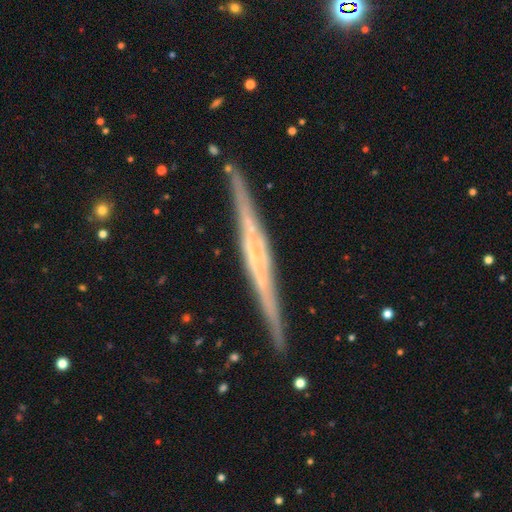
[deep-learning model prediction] Smooth or featured? Predicted: featured or disk (p=0.81). Edge-on disk? Predicted: yes (p=0.98). Edge-on bulge? Predicted: none (p=0.43). Merging? Predicted: none (p=0.89).